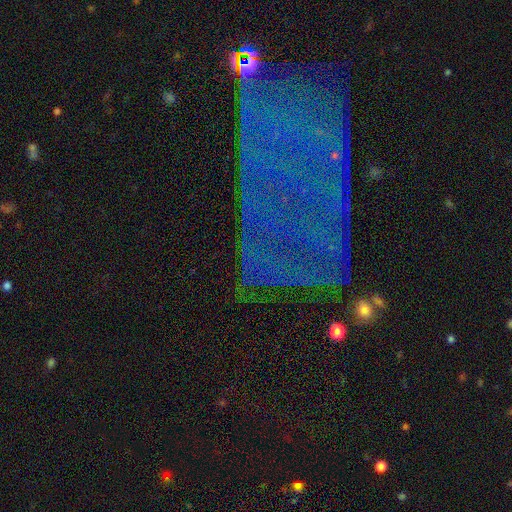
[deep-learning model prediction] Q: Smooth or featured?
A: star or artifact (68%); runner-up: featured or disk (18%)